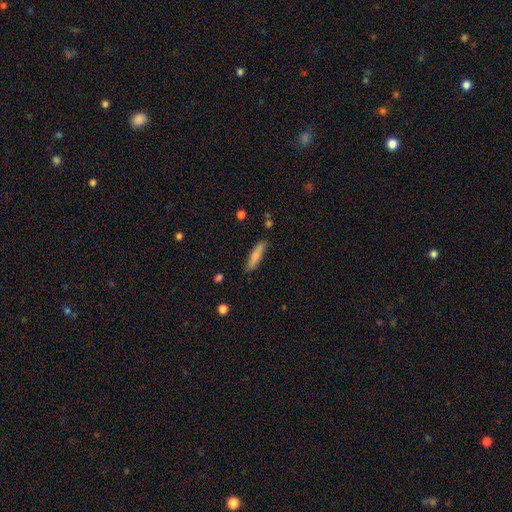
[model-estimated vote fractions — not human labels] Morphology: type=smooth (76%); roundness=cigar-shaped (79%); merging=none (81%).